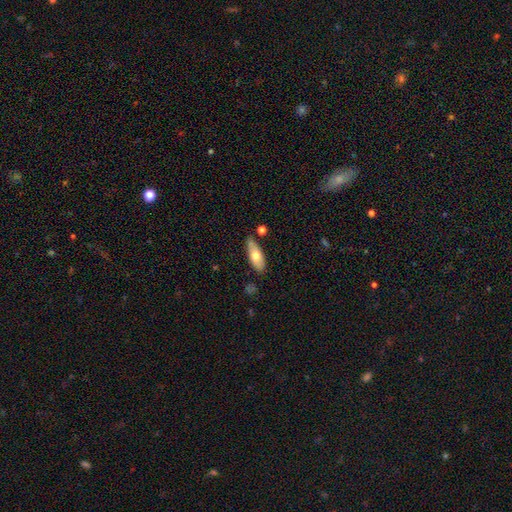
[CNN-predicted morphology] smooth-or-featured: smooth: 64% | featured or disk: 30% | star or artifact: 6%
  how-rounded: in between: 73% | cigar-shaped: 24% | round: 3%
  merging: none: 76% | minor disturbance: 17% | merger: 4% | major disturbance: 3%